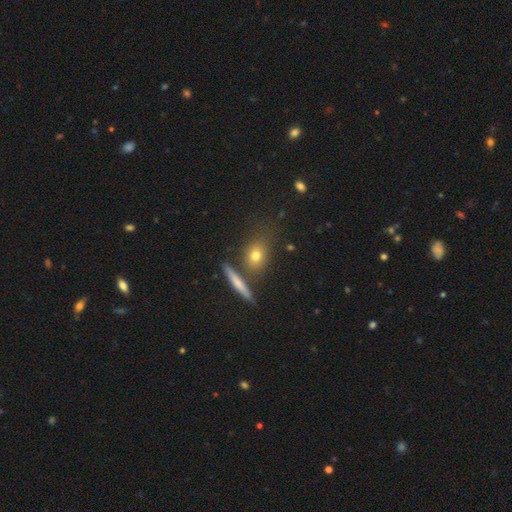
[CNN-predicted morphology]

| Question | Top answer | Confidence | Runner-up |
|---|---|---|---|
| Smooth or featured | smooth | 69% | featured or disk (19%) |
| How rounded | round | 46% | in between (40%) |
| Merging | none | 70% | merger (13%) |